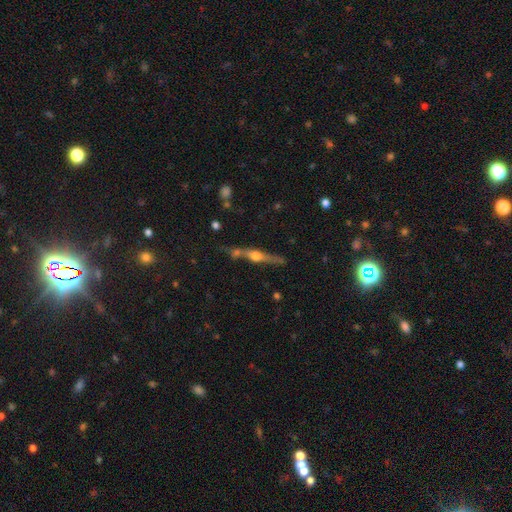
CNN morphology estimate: A featured or disk galaxy (73%) viewed edge-on (95%) with a rounded central bulge (93%).

Vote fractions:
- Smooth or featured? featured or disk: 73% / smooth: 19% / star or artifact: 8%
- Edge-on disk? yes: 95% / no: 5%
- Edge-on bulge? rounded: 93% / boxy: 4% / none: 3%
- Merging? none: 67% / minor disturbance: 15% / merger: 13% / major disturbance: 5%